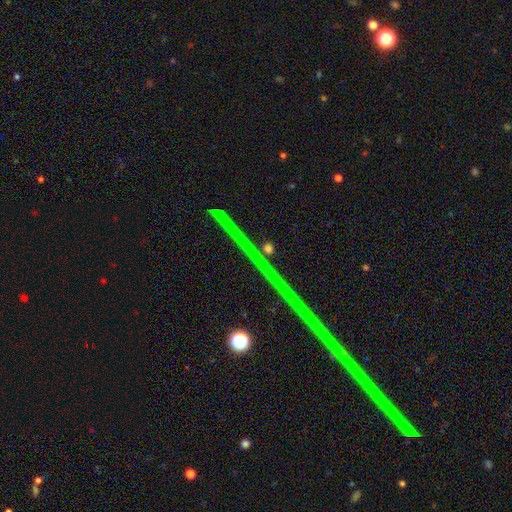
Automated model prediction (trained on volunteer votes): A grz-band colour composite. It shows a star or artifact, not a galaxy (84%).